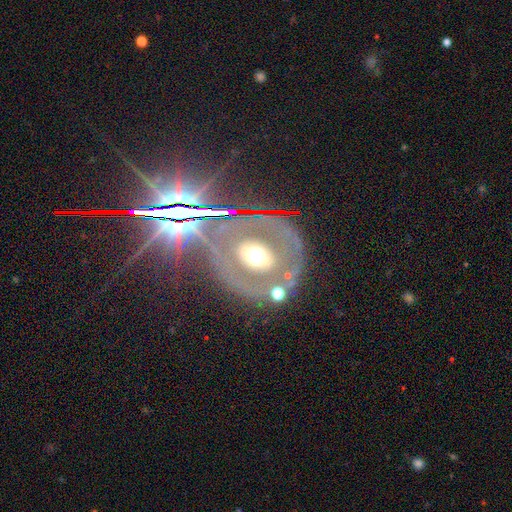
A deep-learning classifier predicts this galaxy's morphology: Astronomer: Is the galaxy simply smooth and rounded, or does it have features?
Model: featured or disk — 56% (runner-up: smooth, 32%).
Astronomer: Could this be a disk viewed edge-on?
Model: no — 93%.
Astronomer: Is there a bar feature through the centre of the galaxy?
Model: no — 78%.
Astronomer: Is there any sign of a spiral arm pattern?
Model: no — 73%.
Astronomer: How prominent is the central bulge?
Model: moderate — 58%.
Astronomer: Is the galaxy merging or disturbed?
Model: none — 72%.